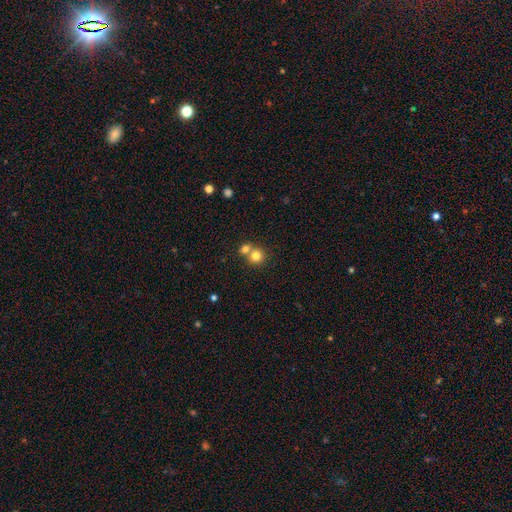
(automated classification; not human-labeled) This appears to be a smooth galaxy with no disk features (78%) that is round (88%). Merging: none (48%).